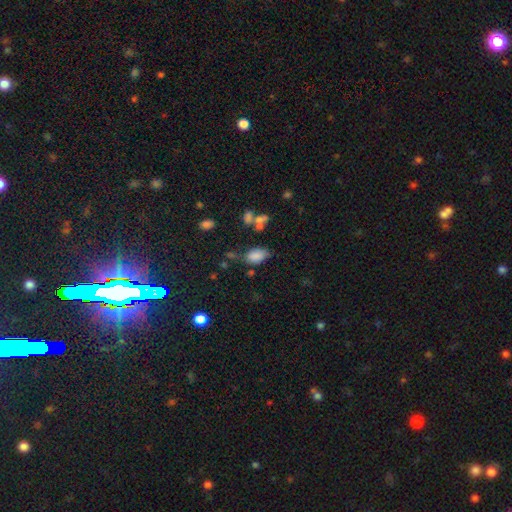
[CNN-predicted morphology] Smooth or featured? Predicted: smooth (p=0.82). How rounded? Predicted: in between (p=0.90). Merging? Predicted: none (p=0.56).